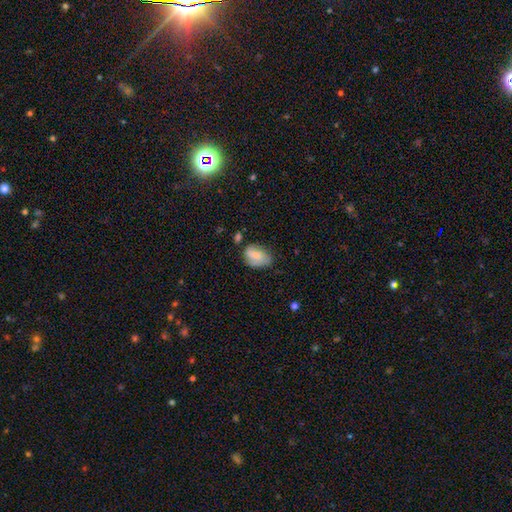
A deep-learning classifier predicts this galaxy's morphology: Smooth or featured? smooth (73%)
How rounded? in between (82%)
Merging? none (49%)